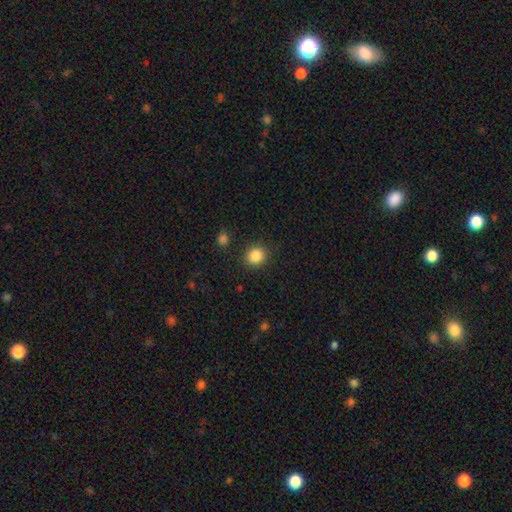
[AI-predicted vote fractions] The model was most divided on "how rounded": round: 81%, in between: 18%, cigar-shaped: 1%. More confident: merging — none (88%); smooth or featured — smooth (86%).